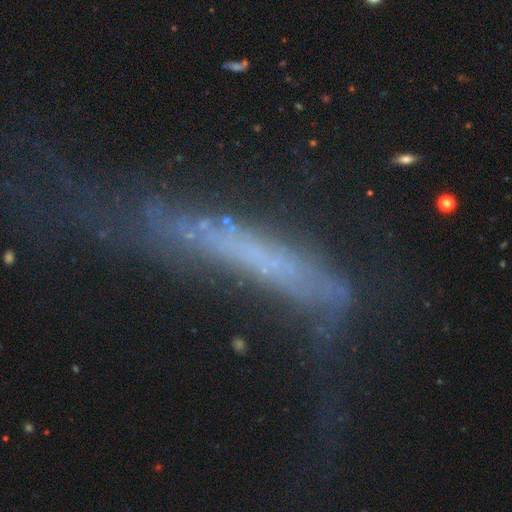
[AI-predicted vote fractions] Smooth or featured? Predicted: featured or disk (p=0.49). Merging? Predicted: major disturbance (p=0.40).